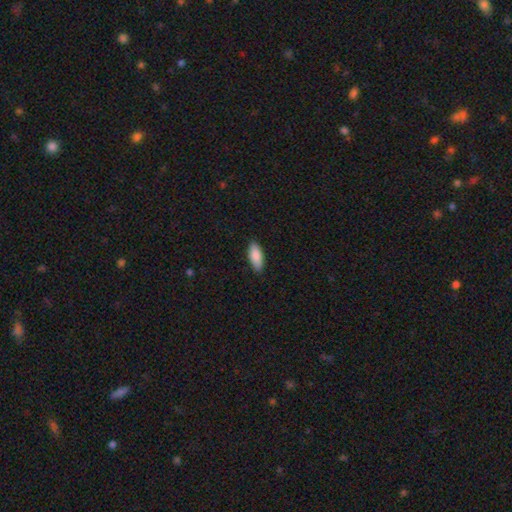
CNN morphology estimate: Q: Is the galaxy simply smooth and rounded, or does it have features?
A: smooth — 89%.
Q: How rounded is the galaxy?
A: in between — 80%.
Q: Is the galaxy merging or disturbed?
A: none — 88%.